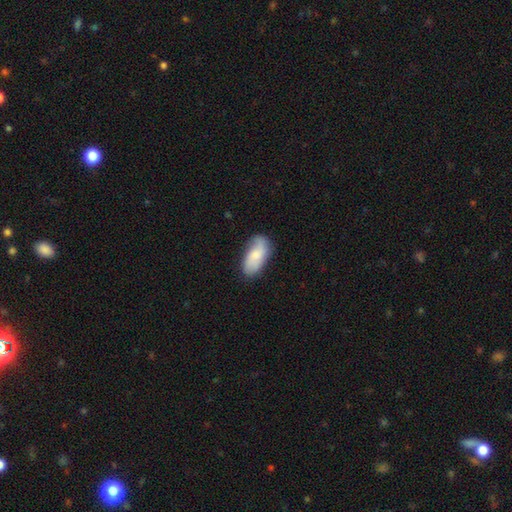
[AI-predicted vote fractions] This appears to be a smooth galaxy with no disk features (70%) that is in between round and cigar-shaped (92%). Merging: none (68%).